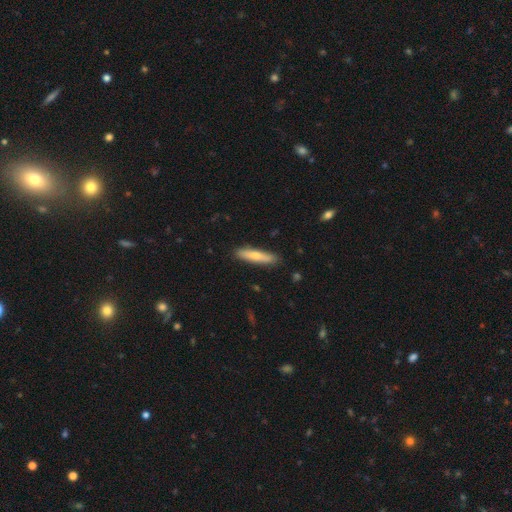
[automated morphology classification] Overall: smooth (70%). How rounded: cigar-shaped (83%). Merging: none (88%).